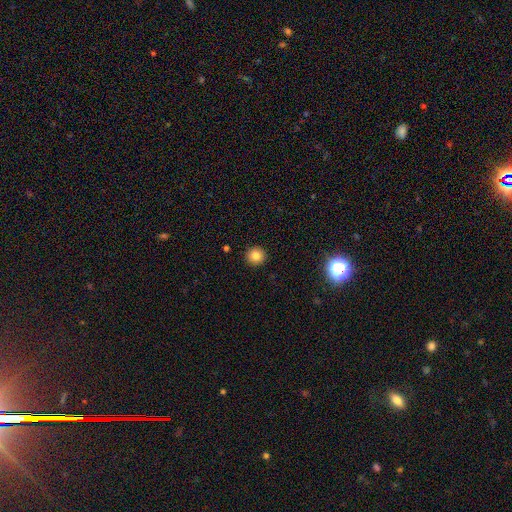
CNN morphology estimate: Overall: smooth (82%). How rounded: round (94%). Merging: none (92%).